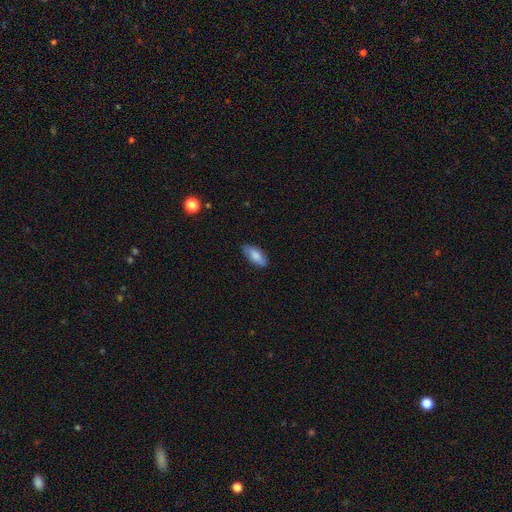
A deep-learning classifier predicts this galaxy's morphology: Smooth or featured?
  - smooth: 77% *
  - featured or disk: 17%
  - star or artifact: 6%
How rounded?
  - in between: 82% *
  - cigar-shaped: 16%
  - round: 2%
Merging?
  - none: 82% *
  - minor disturbance: 14%
  - major disturbance: 2%
  - merger: 1%